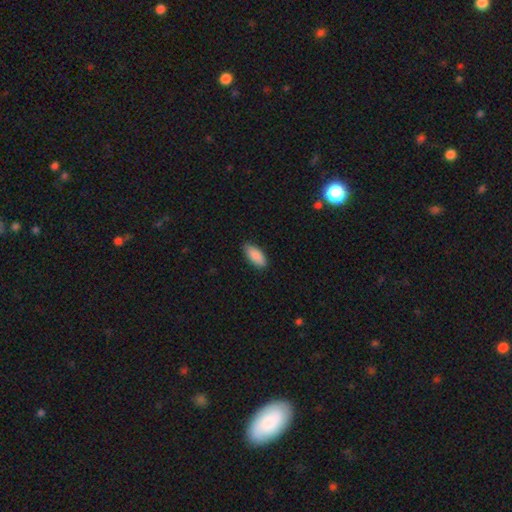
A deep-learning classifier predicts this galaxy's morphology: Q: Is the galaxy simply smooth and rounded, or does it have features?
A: smooth — 89%.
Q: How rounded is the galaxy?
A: in between — 85%.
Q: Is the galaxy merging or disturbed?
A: none — 83%.